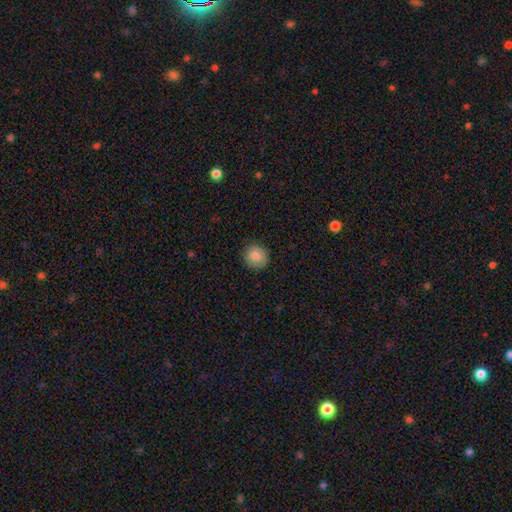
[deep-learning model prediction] A smooth galaxy with no disk features (85%) that is round (89%).

Vote fractions:
- Smooth or featured? smooth: 85% / star or artifact: 8% / featured or disk: 7%
- How rounded? round: 89% / in between: 10% / cigar-shaped: 1%
- Merging? none: 87% / minor disturbance: 10% / major disturbance: 2% / merger: 1%